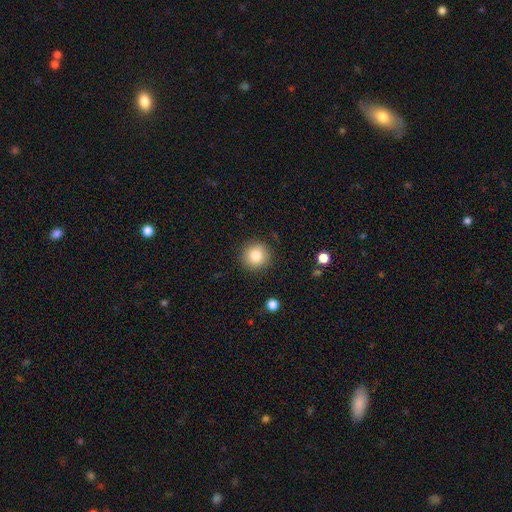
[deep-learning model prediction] This appears to be a smooth galaxy with no disk features (81%) that is round (94%). Merging: none (90%).